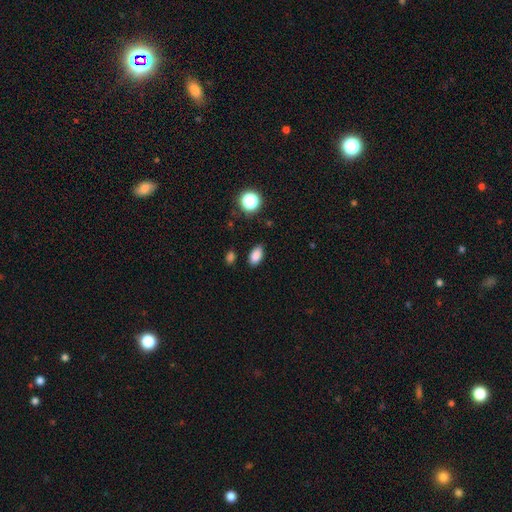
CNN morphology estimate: Smooth or featured? Predicted: smooth (p=0.85). How rounded? Predicted: in between (p=0.89). Merging? Predicted: none (p=0.84).